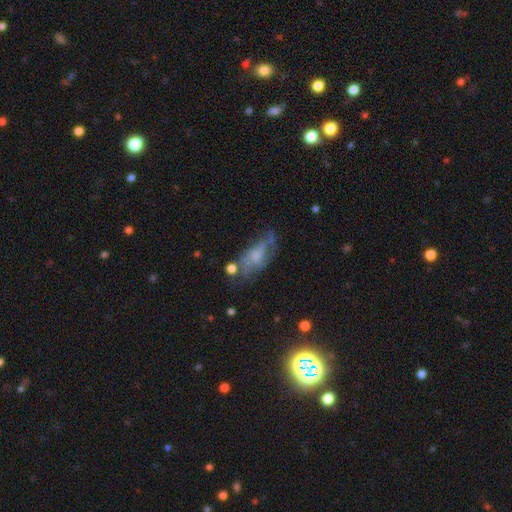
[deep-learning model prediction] Smooth or featured?
  - featured or disk: 52% *
  - smooth: 37%
  - star or artifact: 11%
Edge-on disk?
  - no: 87% *
  - yes: 13%
Merging?
  - none: 40% *
  - minor disturbance: 27%
  - major disturbance: 25%
  - merger: 8%